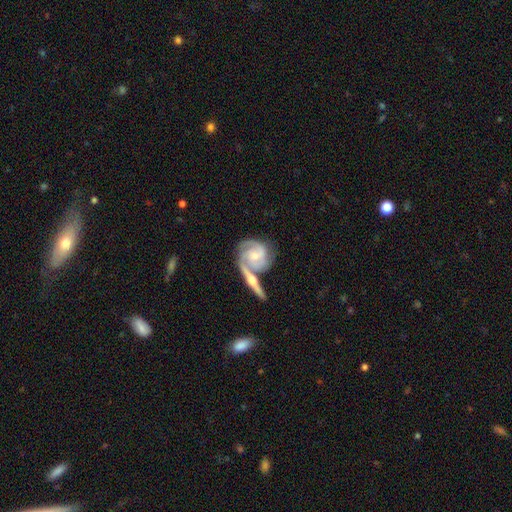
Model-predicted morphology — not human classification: Smooth or featured? featured or disk (84%)
Edge-on disk? no (94%)
Bar? no (60%)
Spiral arms? yes (96%)
Spiral winding? tight (53%)
Spiral arm count? 3 (40%)
Bulge size? small (55%)
Merging? none (46%)